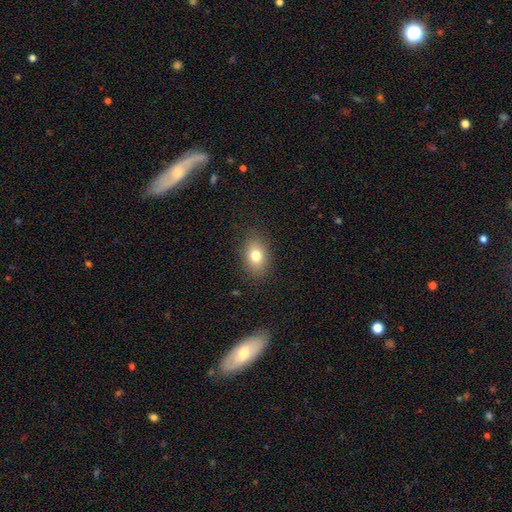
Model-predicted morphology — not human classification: Smooth or featured? smooth (79%)
How rounded? in between (79%)
Merging? none (86%)